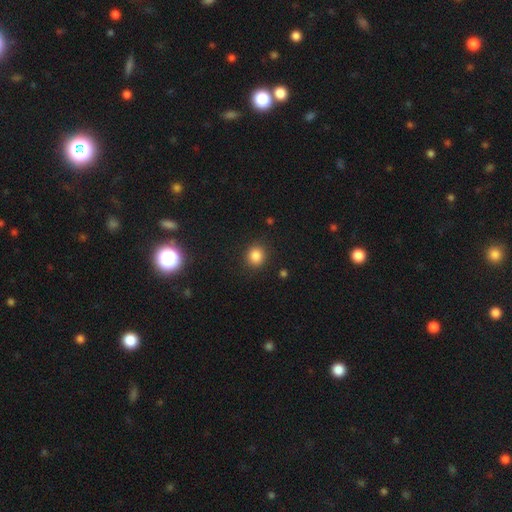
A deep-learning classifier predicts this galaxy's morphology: A smooth galaxy with no disk features (84%) that is round (85%). Merging: none (88%).